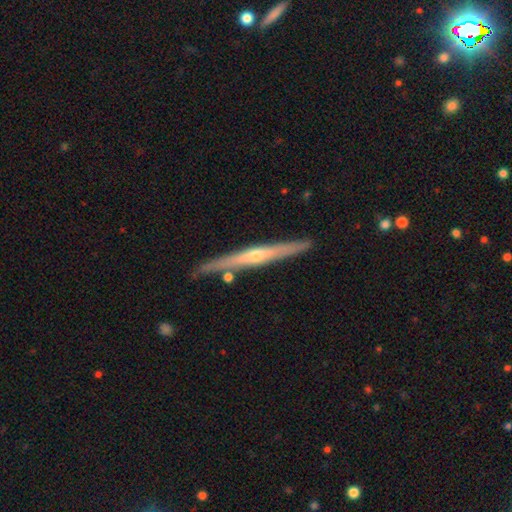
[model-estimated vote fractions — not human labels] This appears to be a featured or disk galaxy (76%) viewed edge-on (97%) with a rounded central bulge (76%). Merging: none (87%).